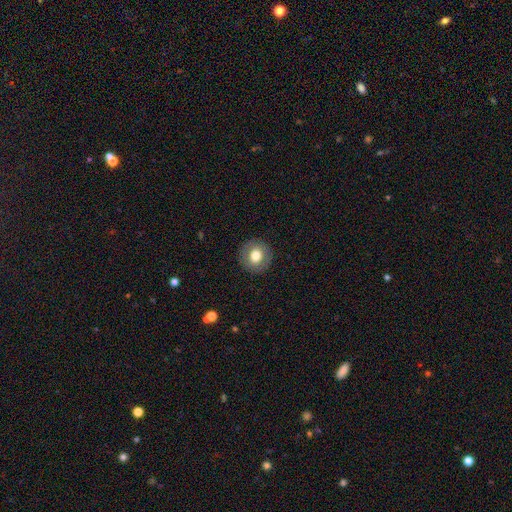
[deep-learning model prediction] Morphology: type=smooth (73%); roundness=round (91%); merging=none (91%).